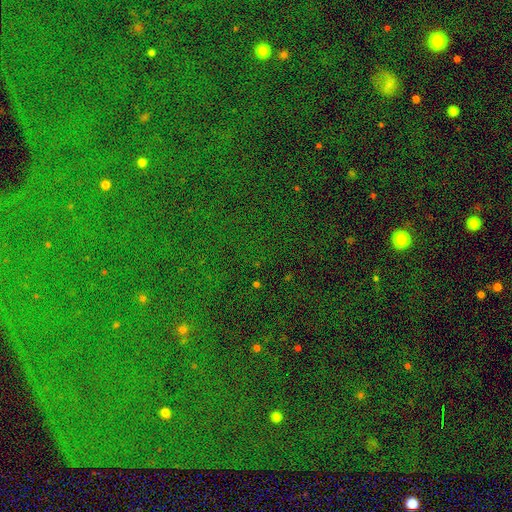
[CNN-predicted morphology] star or artifact 84%, smooth 9%, featured or disk 7%.